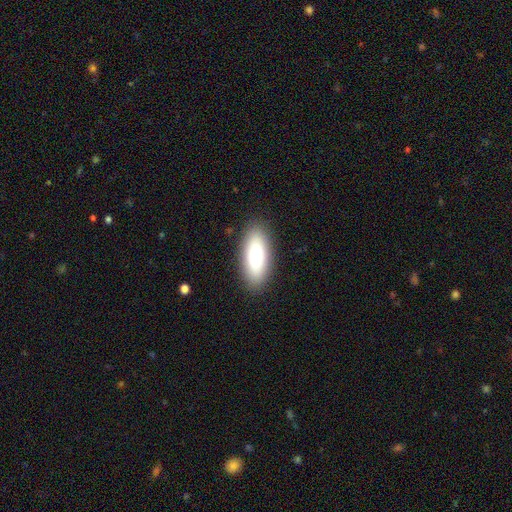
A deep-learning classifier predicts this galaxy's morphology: The model was most divided on "how rounded": in between: 79%, cigar-shaped: 19%, round: 2%. More confident: merging — none (88%); smooth or featured — smooth (77%).